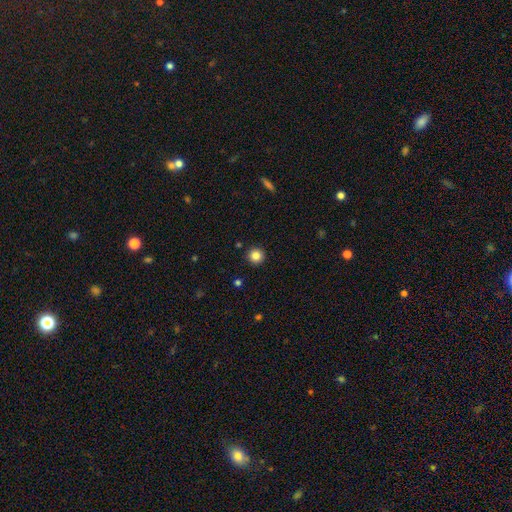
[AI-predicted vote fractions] Q: Smooth or featured?
A: smooth (84%); runner-up: star or artifact (11%)
Q: How rounded?
A: round (96%); runner-up: in between (3%)
Q: Merging?
A: none (93%); runner-up: minor disturbance (4%)